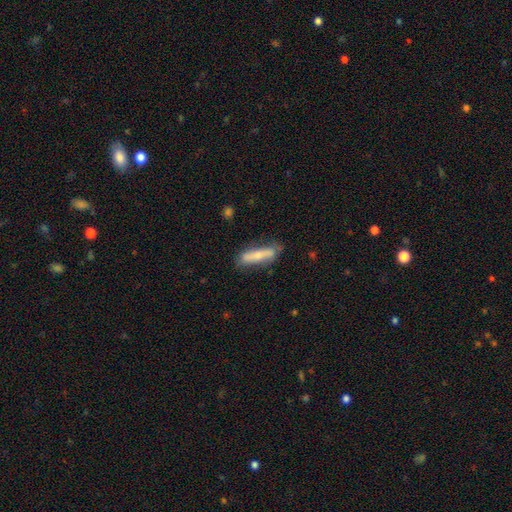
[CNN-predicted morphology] A smooth galaxy with no disk features (50%) that is cigar-shaped (78%).

Vote fractions:
- Smooth or featured? smooth: 50% / featured or disk: 43% / star or artifact: 7%
- How rounded? cigar-shaped: 78% / in between: 20% / round: 2%
- Merging? none: 74% / minor disturbance: 19% / major disturbance: 5% / merger: 3%